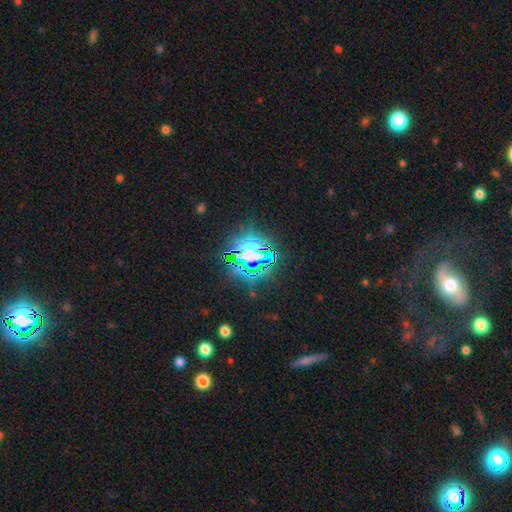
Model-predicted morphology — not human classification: smooth-or-featured: star or artifact: 72% | smooth: 15% | featured or disk: 13%